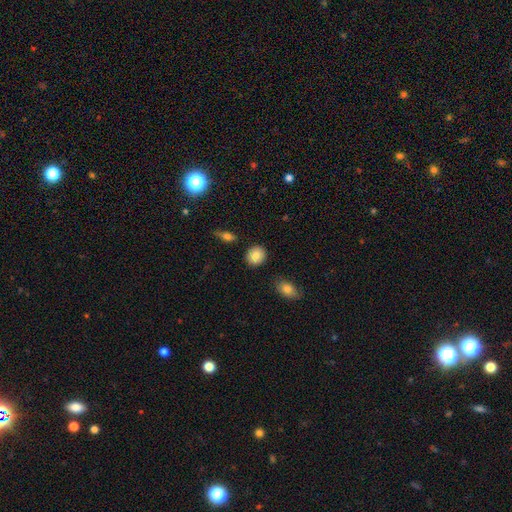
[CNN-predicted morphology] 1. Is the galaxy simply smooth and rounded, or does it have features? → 85% smooth, 8% star or artifact, 7% featured or disk.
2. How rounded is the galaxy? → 80% round, 18% in between, 1% cigar-shaped.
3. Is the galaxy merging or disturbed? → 89% none, 7% minor disturbance, 2% merger, 2% major disturbance.